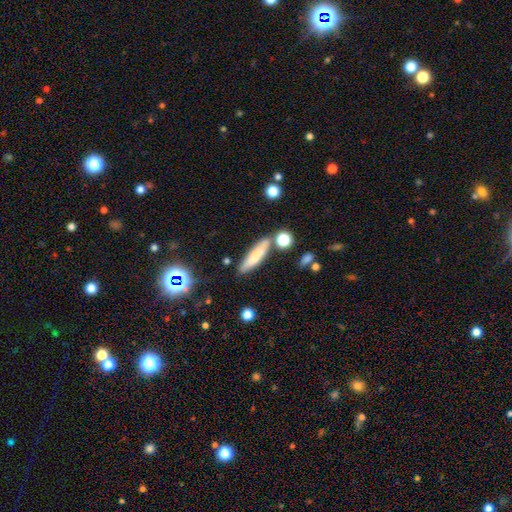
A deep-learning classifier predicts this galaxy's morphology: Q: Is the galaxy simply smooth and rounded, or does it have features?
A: smooth — 71%.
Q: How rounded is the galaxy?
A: cigar-shaped — 77%.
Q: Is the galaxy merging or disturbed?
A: none — 72%.